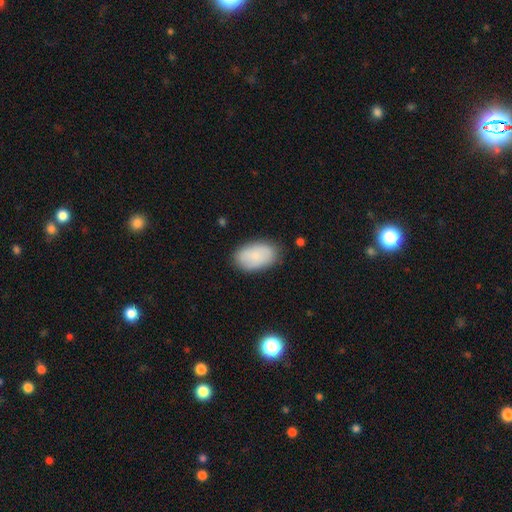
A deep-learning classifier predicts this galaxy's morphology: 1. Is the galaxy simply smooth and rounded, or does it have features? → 81% smooth, 12% featured or disk, 7% star or artifact.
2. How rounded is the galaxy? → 93% in between, 6% round, 1% cigar-shaped.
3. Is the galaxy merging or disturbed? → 82% none, 14% minor disturbance, 3% major disturbance, 1% merger.